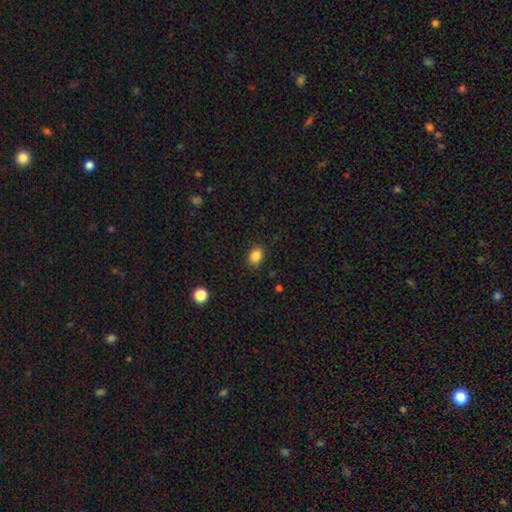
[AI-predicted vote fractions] Smooth or featured? Predicted: smooth (p=0.86). How rounded? Predicted: in between (p=0.59). Merging? Predicted: none (p=0.87).